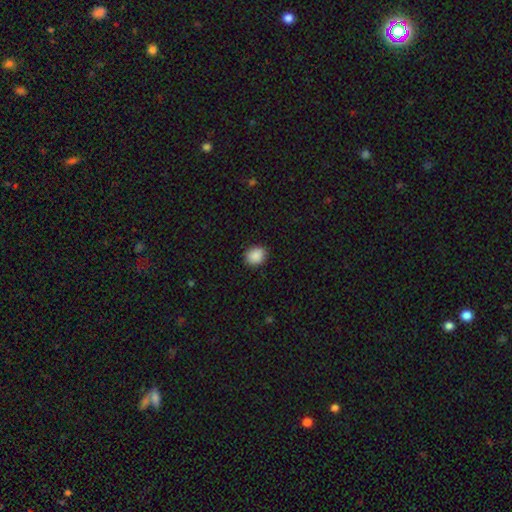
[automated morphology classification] Overall: smooth (89%). How rounded: round (59%; in between 40%). Merging: none (88%).